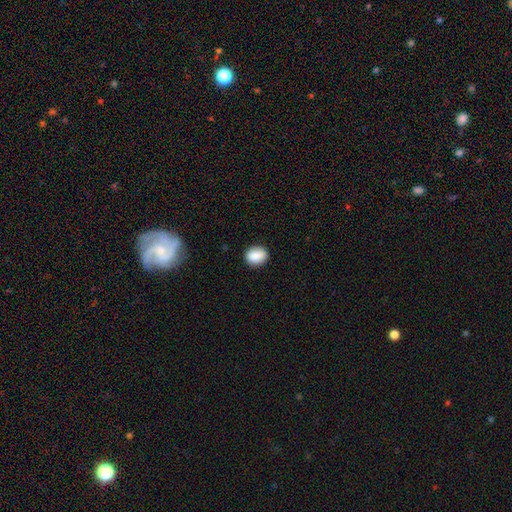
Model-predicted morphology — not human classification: A smooth galaxy with no disk features (88%) that is in between round and cigar-shaped (51%).

Vote fractions:
- Smooth or featured? smooth: 88% / star or artifact: 8% / featured or disk: 4%
- How rounded? in between: 51% / round: 48% / cigar-shaped: 1%
- Merging? none: 86% / minor disturbance: 10% / major disturbance: 2% / merger: 1%